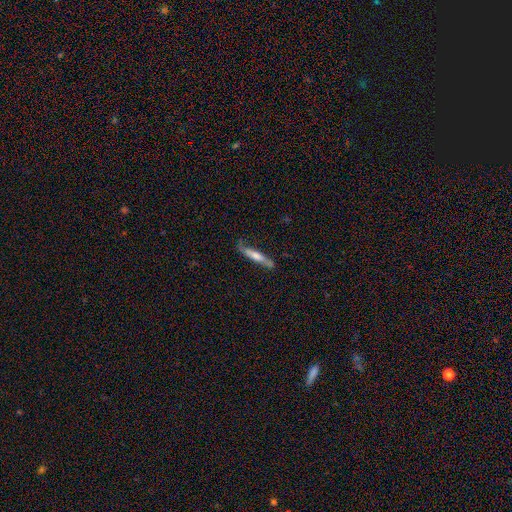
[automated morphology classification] This appears to be a featured or disk galaxy (53%) viewed edge-on (71%). Merging: none (62%).